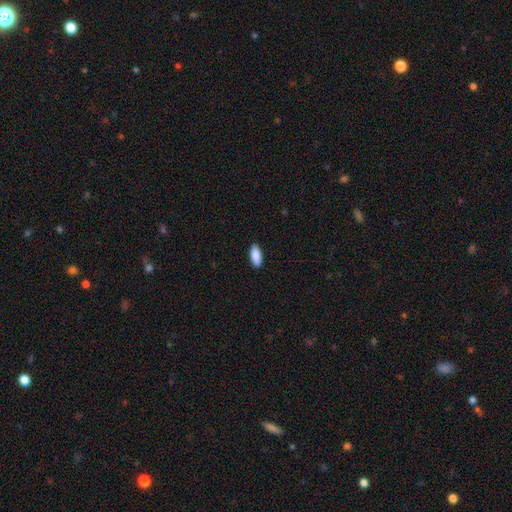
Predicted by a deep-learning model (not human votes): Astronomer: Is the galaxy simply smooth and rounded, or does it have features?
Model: smooth — 90%.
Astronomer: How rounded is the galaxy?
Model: in between — 81%.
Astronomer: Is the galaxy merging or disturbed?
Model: none — 89%.